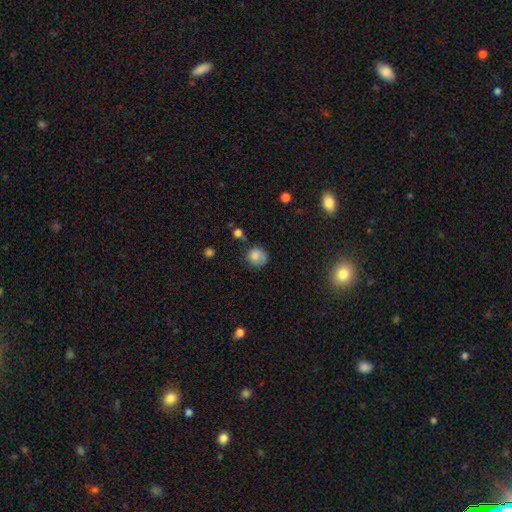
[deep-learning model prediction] Smooth or featured? Predicted: smooth (p=0.80). How rounded? Predicted: round (p=0.83). Merging? Predicted: none (p=0.63).